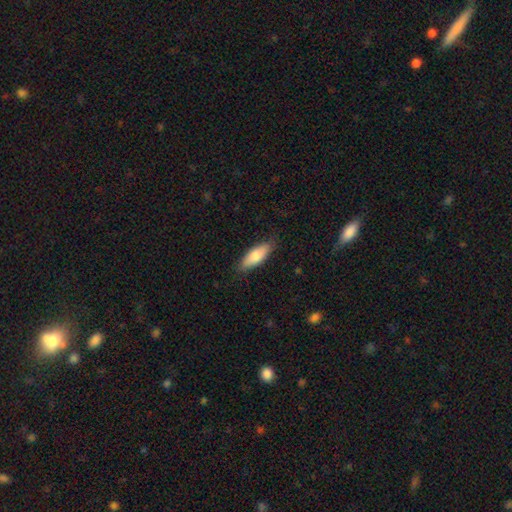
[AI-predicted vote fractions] smooth_or_featured: smooth (p=0.78) [alt: featured or disk p=0.16]
how_rounded: in between (p=0.69) [alt: cigar-shaped p=0.29]
merging: none (p=0.83) [alt: minor disturbance p=0.14]